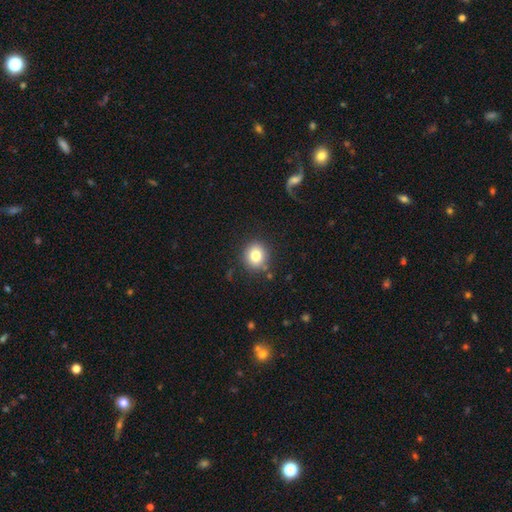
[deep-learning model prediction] Morphology: type=smooth (81%); roundness=round (86%); merging=none (86%).